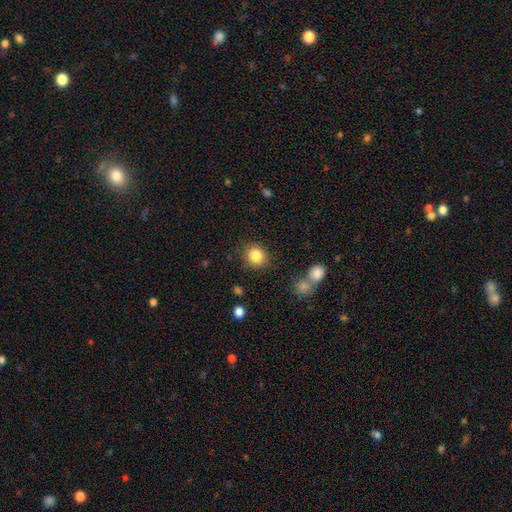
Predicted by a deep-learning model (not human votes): smooth 85%, star or artifact 10%, featured or disk 5%. Down the decision tree: how rounded — round (85%); merging — none (85%).